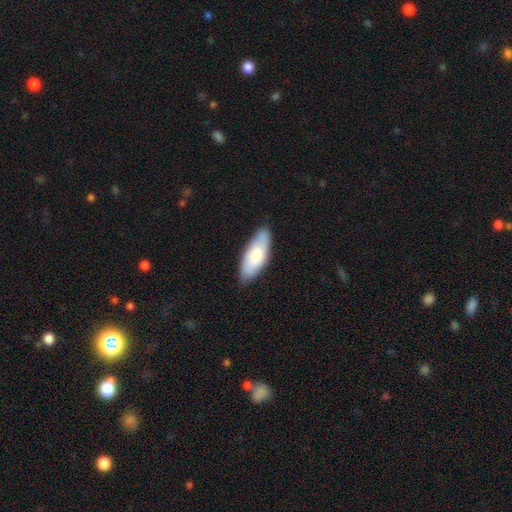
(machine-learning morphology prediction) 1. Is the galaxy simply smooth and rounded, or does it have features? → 77% smooth, 18% featured or disk, 5% star or artifact.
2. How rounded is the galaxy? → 75% in between, 23% cigar-shaped, 2% round.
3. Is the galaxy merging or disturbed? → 82% none, 14% minor disturbance, 2% major disturbance, 1% merger.